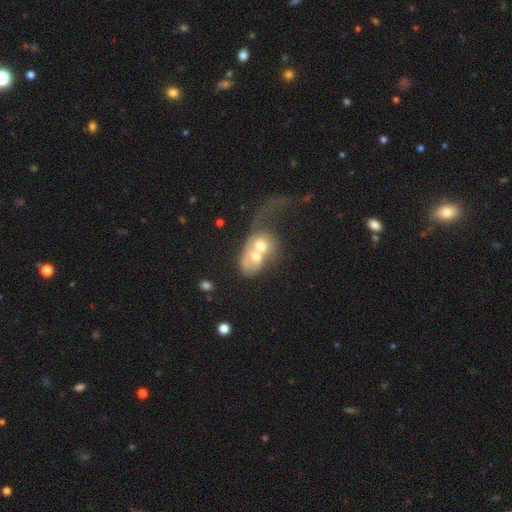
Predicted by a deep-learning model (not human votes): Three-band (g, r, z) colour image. It shows a featured or disk galaxy (47%). Merging: merger (73%).